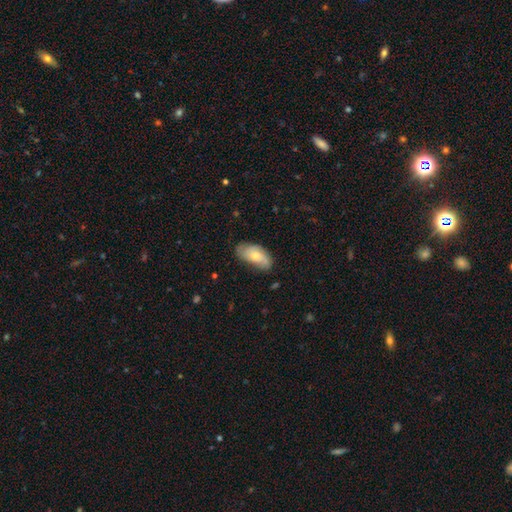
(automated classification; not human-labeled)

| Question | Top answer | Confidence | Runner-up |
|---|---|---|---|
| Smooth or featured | smooth | 60% | featured or disk (33%) |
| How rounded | in between | 91% | cigar-shaped (5%) |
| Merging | none | 63% | minor disturbance (28%) |